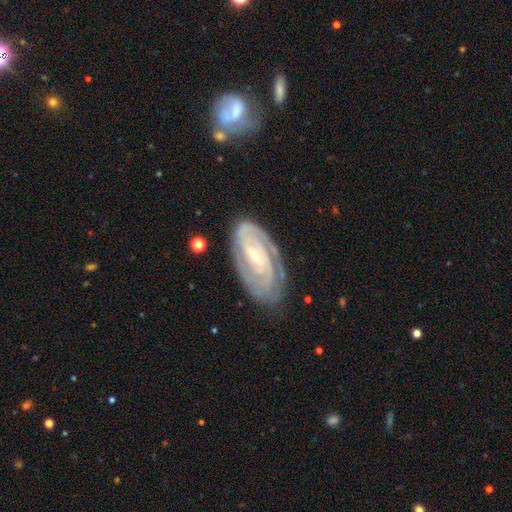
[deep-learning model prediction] This appears to be a featured or disk galaxy (87%) with no bar (47%), 2 (38%) tight (71%) spiral arms (97%) and a small central bulge (78%). Merging: none (73%).